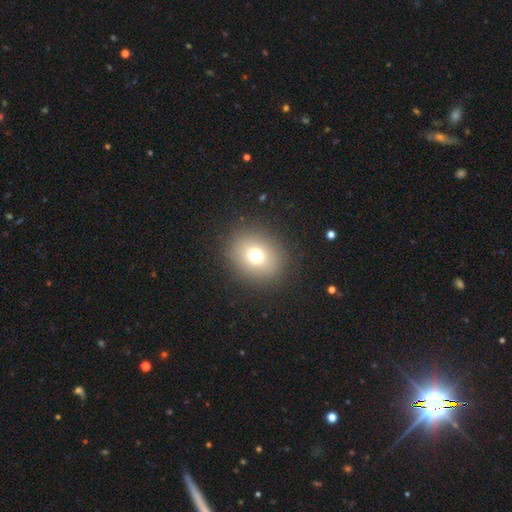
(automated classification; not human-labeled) smooth_or_featured: smooth (p=0.72) [alt: star or artifact p=0.16]
how_rounded: round (p=0.70) [alt: in between p=0.29]
merging: none (p=0.88) [alt: minor disturbance p=0.07]